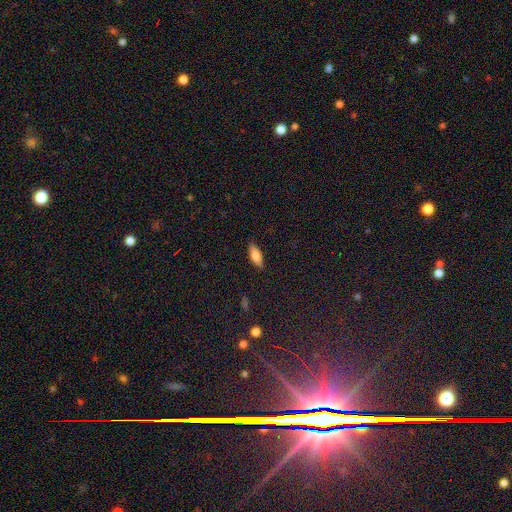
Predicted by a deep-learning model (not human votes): A smooth galaxy with no disk features (77%) that is in between round and cigar-shaped (69%). Merging: none (87%).